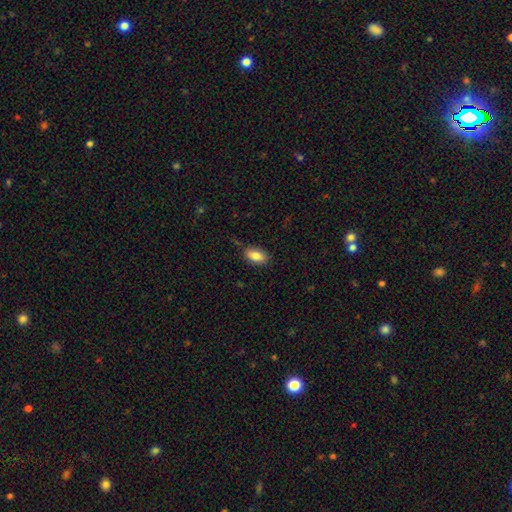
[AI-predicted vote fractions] smooth 84%, featured or disk 9%, star or artifact 8%. Down the decision tree: how rounded — in between (91%); merging — none (79%).